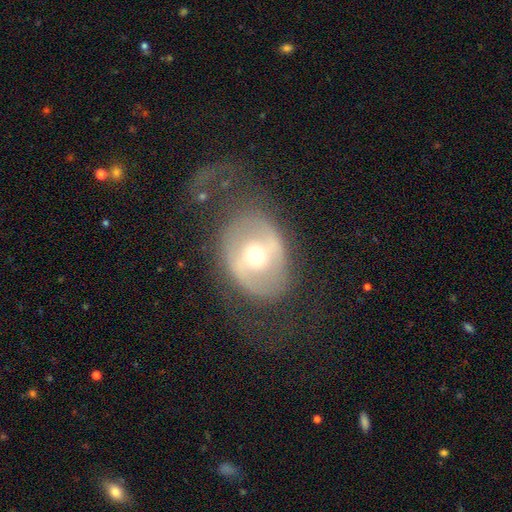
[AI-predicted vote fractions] Morphology: type=featured or disk (68%); edge-on=no (95%); bar=no (37%); spiral arms=yes (58%); bulge=moderate (61%); merging=none (56%).